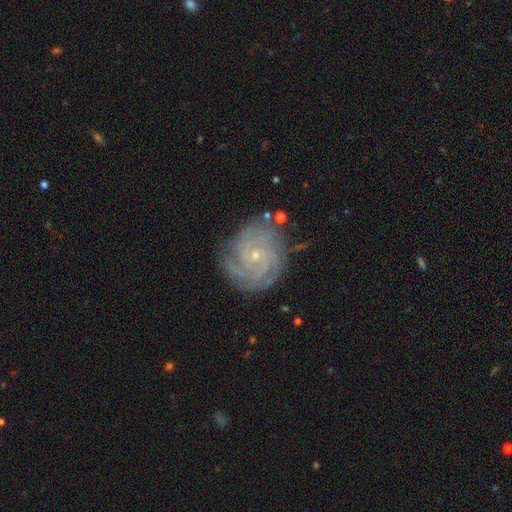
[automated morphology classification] type=featured or disk (86%); edge-on=no (98%); bar=no (75%); spiral arms=yes (98%); winding=tight (77%); arm count=4 (28%); bulge=small (83%); merging=none (77%).